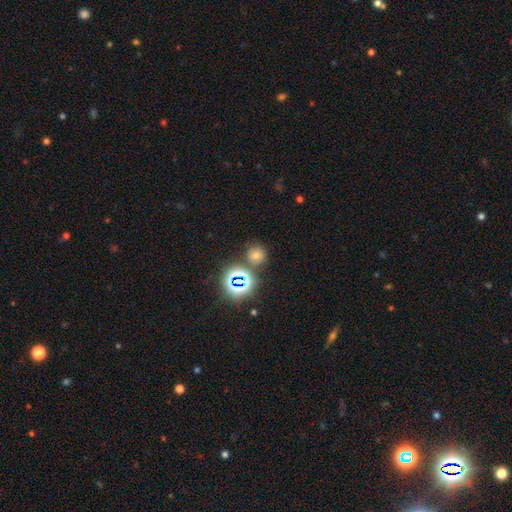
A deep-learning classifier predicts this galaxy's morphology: Overall: smooth (60%; star or artifact 31%). How rounded: round (87%). Merging: none (75%).